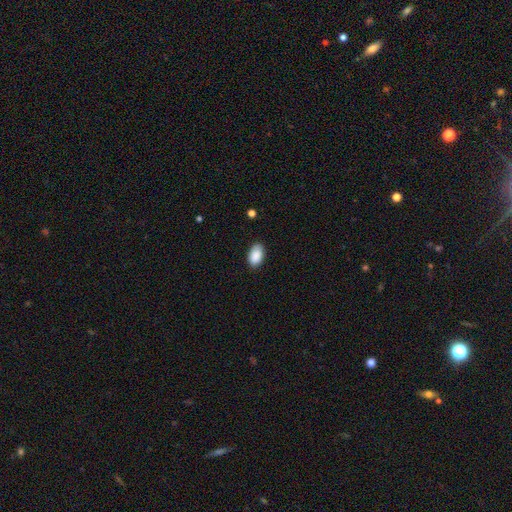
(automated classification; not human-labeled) Morphology: type=smooth (90%); roundness=in between (94%); merging=none (84%).